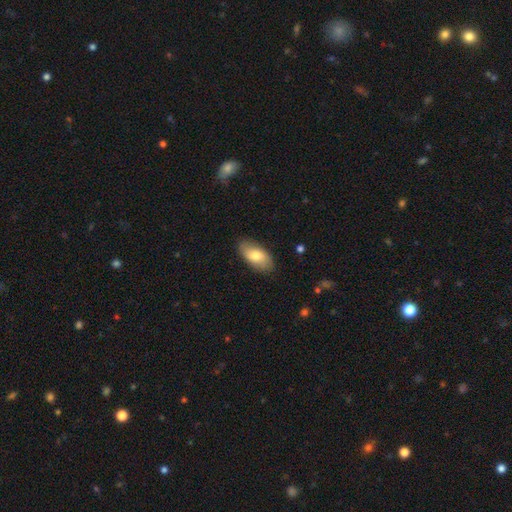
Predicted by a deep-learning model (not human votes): Morphology: type=smooth (75%); roundness=in between (93%); merging=none (83%).